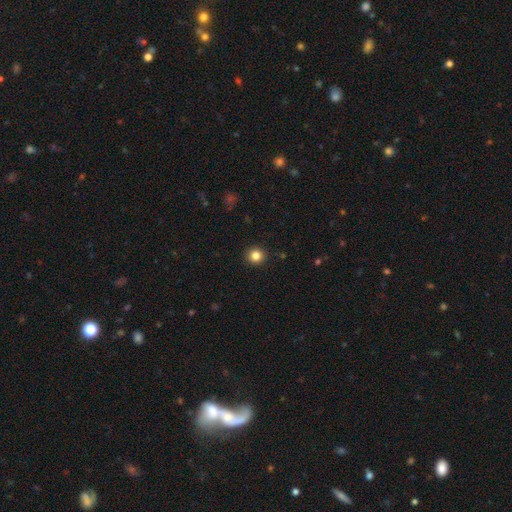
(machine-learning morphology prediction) smooth_or_featured: smooth (p=0.84) [alt: star or artifact p=0.11]
how_rounded: round (p=0.93) [alt: in between p=0.06]
merging: none (p=0.92) [alt: minor disturbance p=0.05]